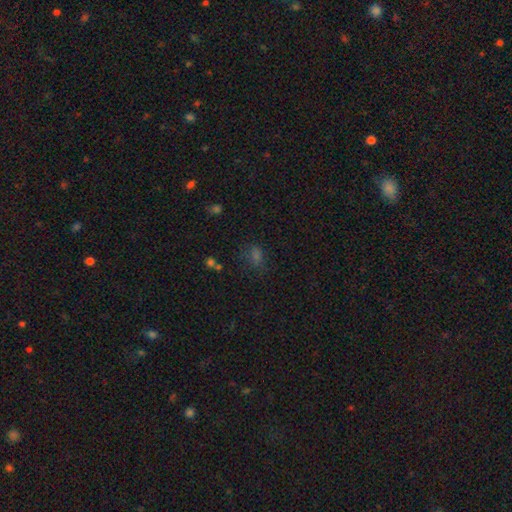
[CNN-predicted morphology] A smooth galaxy with no disk features (53%) that is in between round and cigar-shaped (67%).

Vote fractions:
- Smooth or featured? smooth: 53% / star or artifact: 38% / featured or disk: 10%
- How rounded? in between: 67% / round: 29% / cigar-shaped: 4%
- Merging? none: 67% / minor disturbance: 19% / major disturbance: 11% / merger: 4%